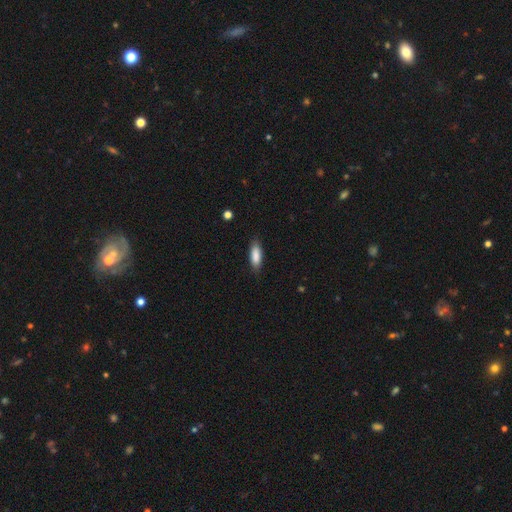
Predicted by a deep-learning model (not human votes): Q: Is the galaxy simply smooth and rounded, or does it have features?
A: smooth — 86%.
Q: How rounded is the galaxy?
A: in between — 62%.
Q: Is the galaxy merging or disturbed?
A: none — 84%.